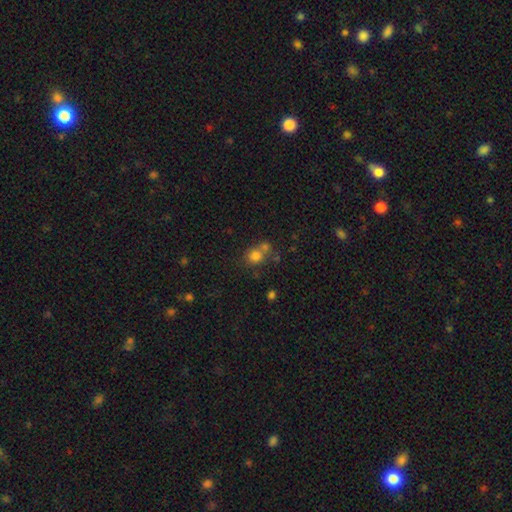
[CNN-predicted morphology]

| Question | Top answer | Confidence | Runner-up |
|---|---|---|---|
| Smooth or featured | smooth | 75% | star or artifact (15%) |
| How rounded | round | 79% | in between (20%) |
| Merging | none | 48% | merger (38%) |